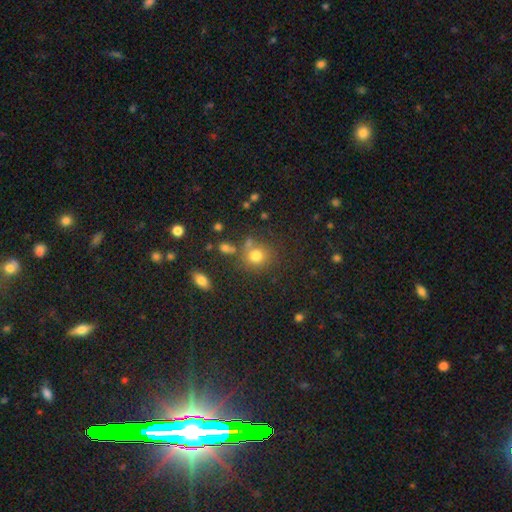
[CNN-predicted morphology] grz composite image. It shows a smooth galaxy with no disk features (76%) that is round (83%). Merging: none (69%).